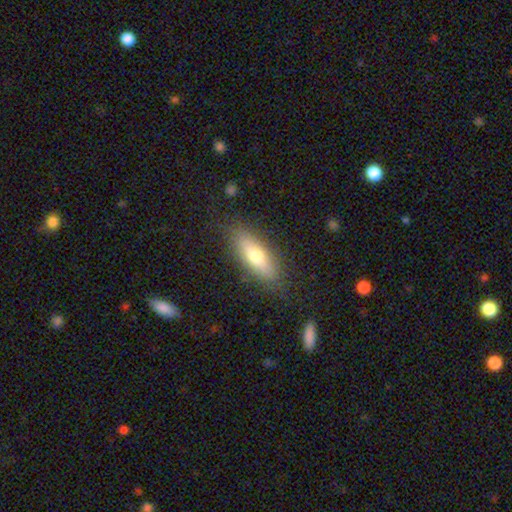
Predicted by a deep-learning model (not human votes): smooth 67%, featured or disk 26%, star or artifact 7%. Down the decision tree: how rounded — in between (58%); merging — none (84%).